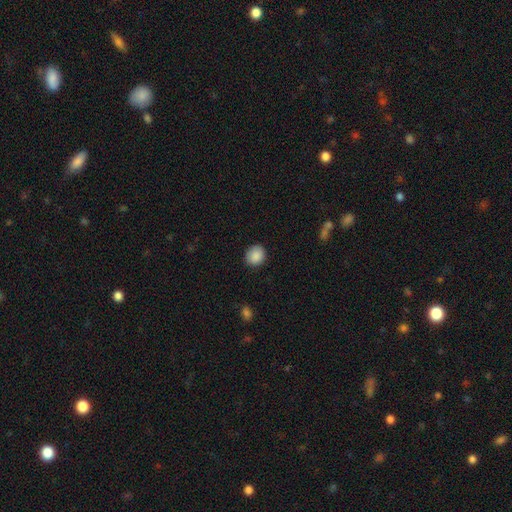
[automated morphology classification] Smooth or featured? Predicted: smooth (p=0.89). How rounded? Predicted: round (p=0.75). Merging? Predicted: none (p=0.87).